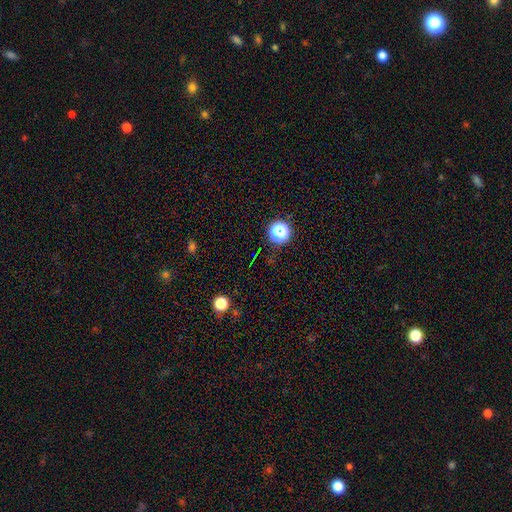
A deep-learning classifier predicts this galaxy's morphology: type=star or artifact (61%).